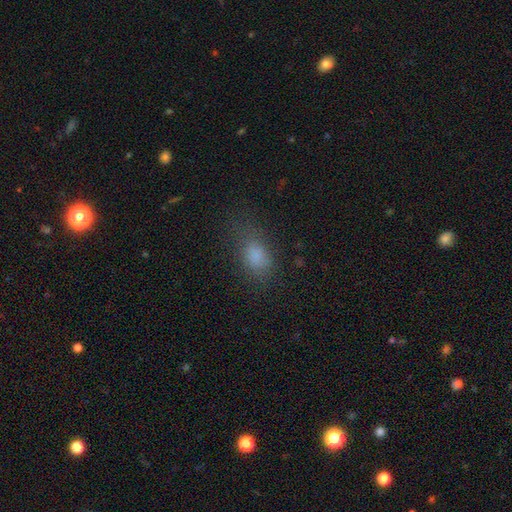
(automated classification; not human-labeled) Overall: smooth (79%). How rounded: in between (81%). Merging: none (62%; minor disturbance 22%).